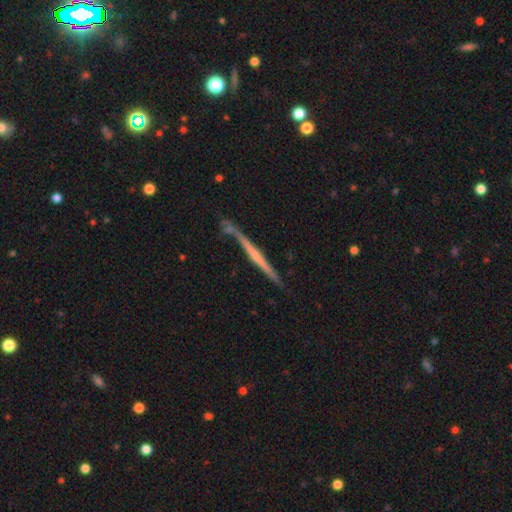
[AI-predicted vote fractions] smooth_or_featured: featured or disk (p=0.69) [alt: smooth p=0.25]
disk_edge_on: yes (p=0.98) [alt: no p=0.02]
edge_on_bulge: none (p=0.61) [alt: rounded p=0.30]
merging: none (p=0.78) [alt: minor disturbance p=0.13]